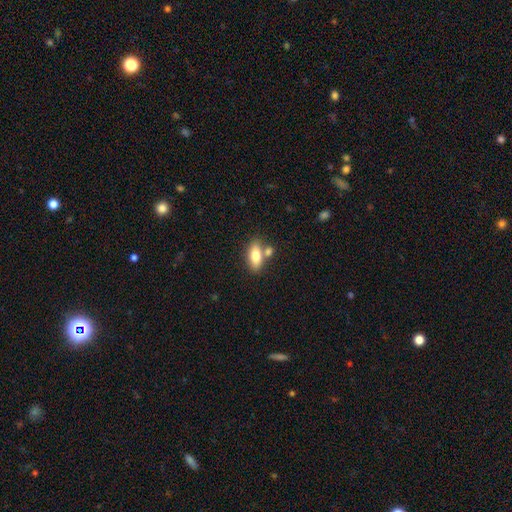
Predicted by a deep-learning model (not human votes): smooth-or-featured: smooth: 76% | featured or disk: 17% | star or artifact: 7%
  how-rounded: in between: 82% | cigar-shaped: 13% | round: 5%
  merging: none: 62% | merger: 23% | minor disturbance: 12% | major disturbance: 4%